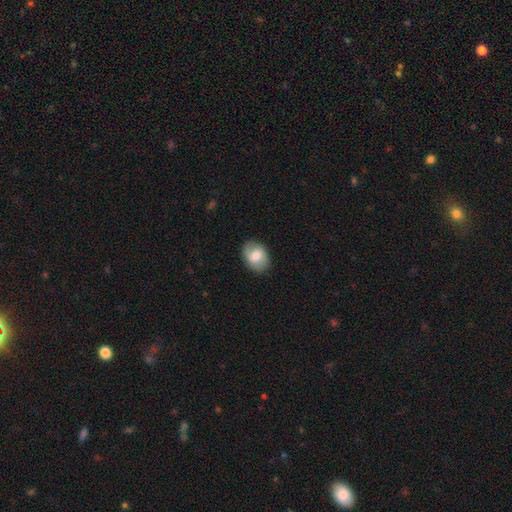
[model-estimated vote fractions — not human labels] Smooth or featured?
  - smooth: 69% *
  - featured or disk: 24%
  - star or artifact: 7%
How rounded?
  - in between: 65% *
  - round: 34%
  - cigar-shaped: 1%
Merging?
  - none: 83% *
  - minor disturbance: 13%
  - major disturbance: 3%
  - merger: 1%